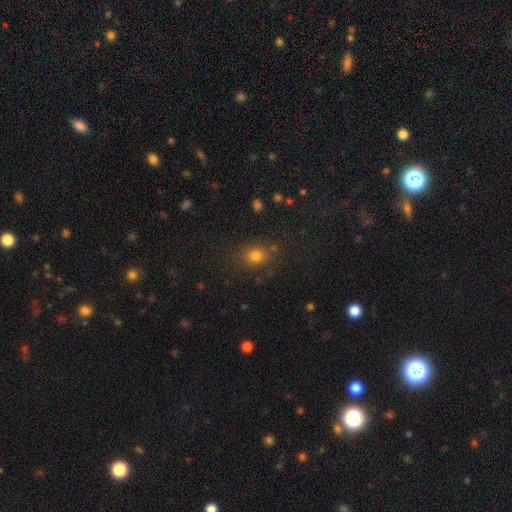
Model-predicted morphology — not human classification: This appears to be a smooth galaxy with no disk features (76%) that is round (65%). Merging: none (79%).